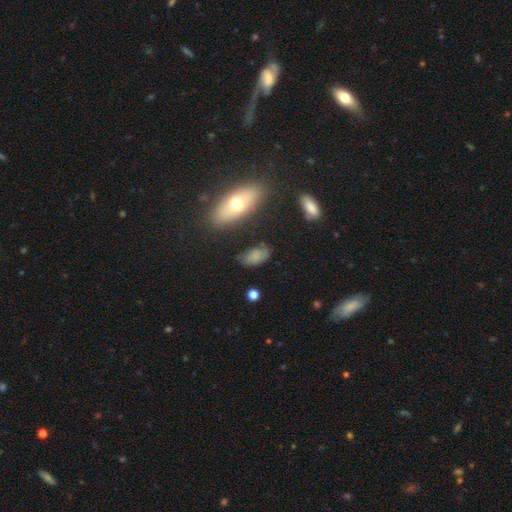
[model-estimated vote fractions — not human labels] smooth_or_featured: smooth (p=0.69) [alt: featured or disk p=0.19]
how_rounded: in between (p=0.89) [alt: round p=0.07]
merging: none (p=0.65) [alt: minor disturbance p=0.24]